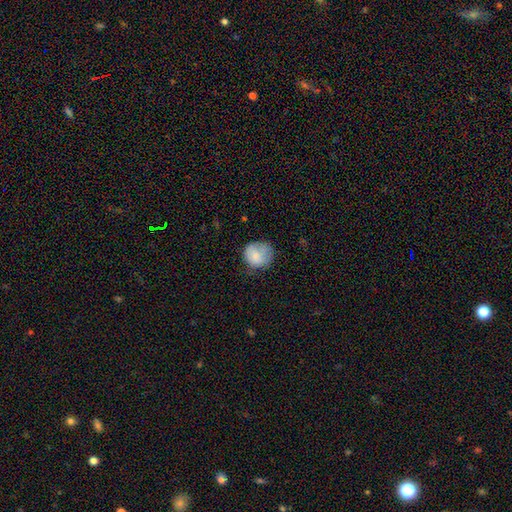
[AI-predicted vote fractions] Smooth or featured? smooth (78%)
How rounded? round (81%)
Merging? none (55%)